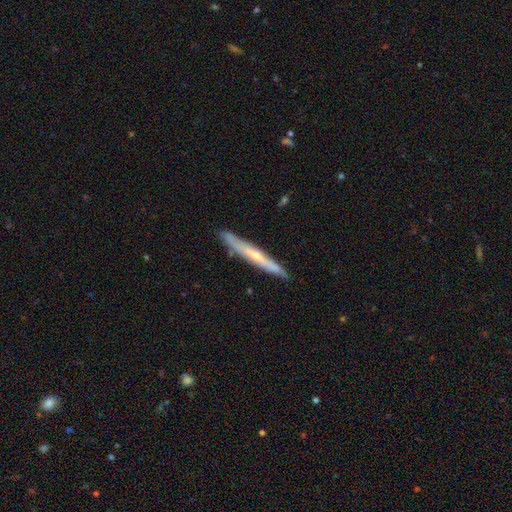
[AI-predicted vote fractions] Smooth or featured? featured or disk (58%)
Edge-on disk? yes (90%)
Edge-on bulge? rounded (50%)
Merging? none (86%)